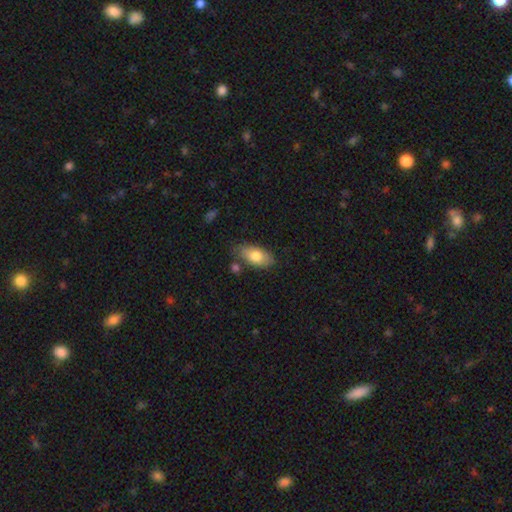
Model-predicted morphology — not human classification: Smooth or featured? smooth (78%)
How rounded? in between (91%)
Merging? none (75%)